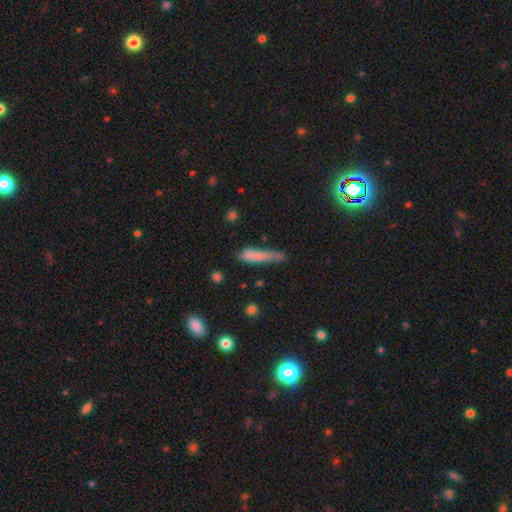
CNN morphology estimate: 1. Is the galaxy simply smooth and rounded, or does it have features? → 71% smooth, 21% featured or disk, 8% star or artifact.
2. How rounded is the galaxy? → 86% cigar-shaped, 11% in between, 2% round.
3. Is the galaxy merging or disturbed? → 44% none, 32% minor disturbance, 15% major disturbance, 9% merger.